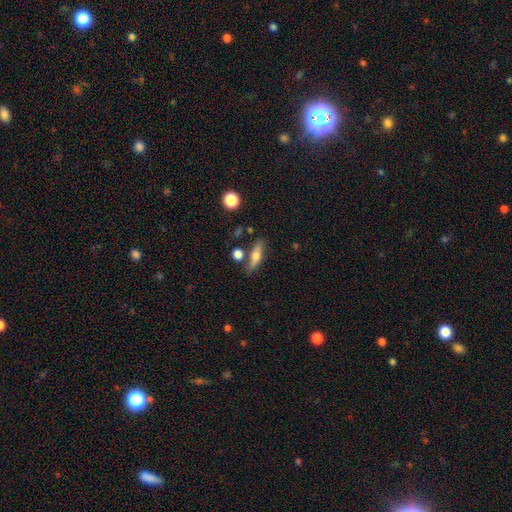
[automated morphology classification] Q: Smooth or featured?
A: smooth (52%); runner-up: featured or disk (40%)
Q: How rounded?
A: cigar-shaped (59%); runner-up: in between (36%)
Q: Merging?
A: none (71%); runner-up: minor disturbance (15%)